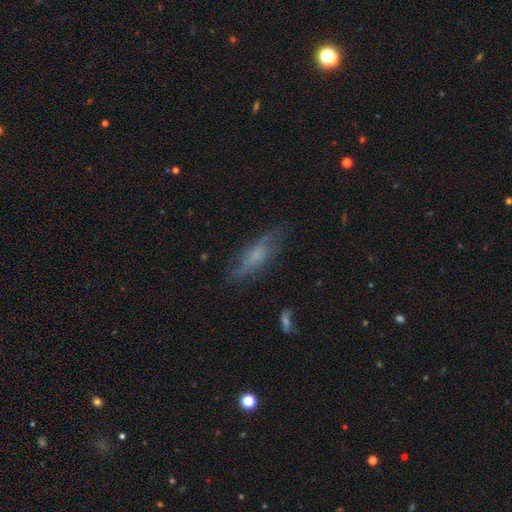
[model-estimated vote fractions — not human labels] Smooth or featured?
  - featured or disk: 48% *
  - smooth: 42%
  - star or artifact: 10%
Merging?
  - none: 68% *
  - minor disturbance: 21%
  - major disturbance: 9%
  - merger: 2%